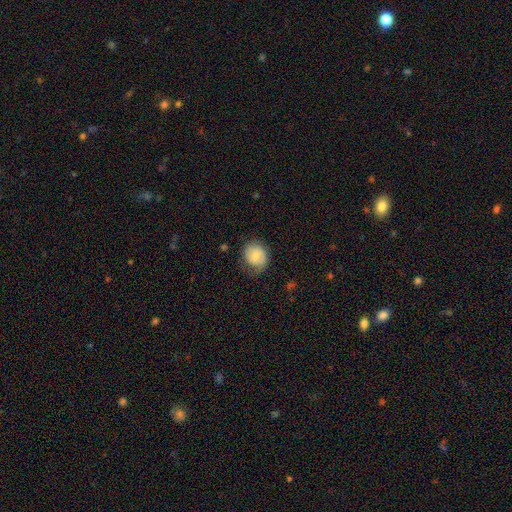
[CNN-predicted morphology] A smooth galaxy with no disk features (54%) that is round (69%).

Vote fractions:
- Smooth or featured? smooth: 54% / featured or disk: 38% / star or artifact: 7%
- How rounded? round: 69% / in between: 30% / cigar-shaped: 1%
- Merging? none: 61% / minor disturbance: 26% / major disturbance: 11% / merger: 1%